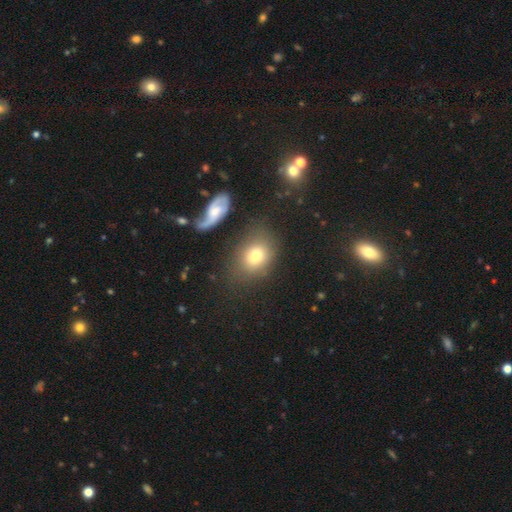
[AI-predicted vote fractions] Overall: smooth (74%). How rounded: in between (49%, tied with round). Merging: none (69%).